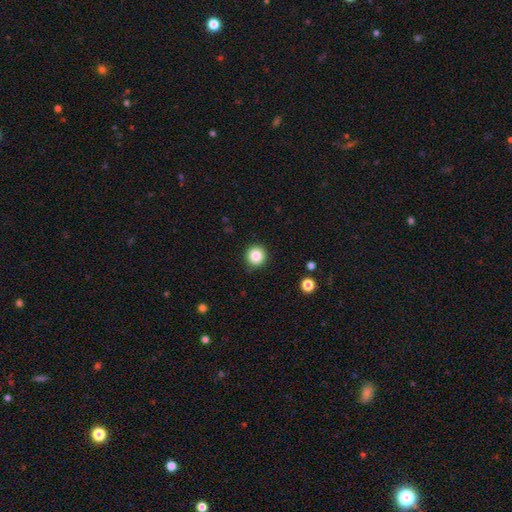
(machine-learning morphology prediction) type=smooth (85%); roundness=round (94%); merging=none (90%).